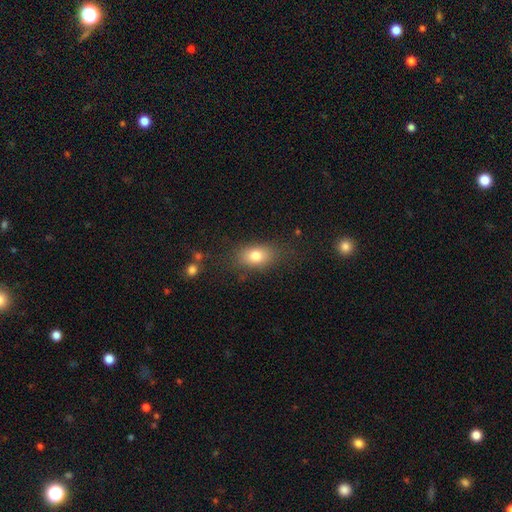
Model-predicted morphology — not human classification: Smooth or featured? smooth (78%)
How rounded? in between (80%)
Merging? none (78%)